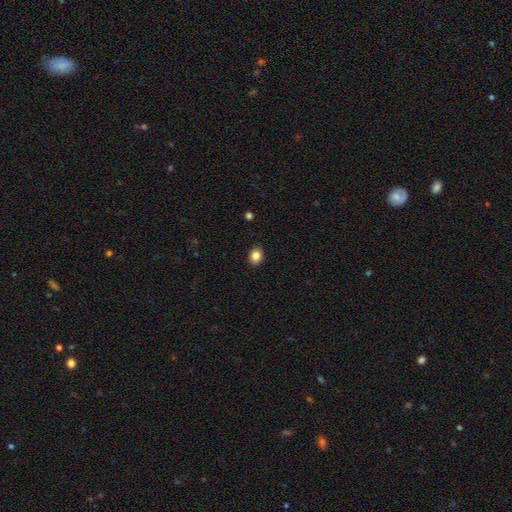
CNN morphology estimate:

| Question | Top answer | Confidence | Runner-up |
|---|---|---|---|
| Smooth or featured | smooth | 85% | star or artifact (10%) |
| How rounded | round | 53% | in between (46%) |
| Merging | none | 90% | minor disturbance (7%) |